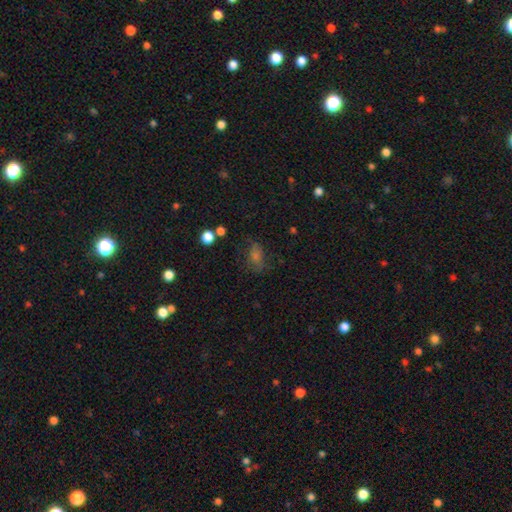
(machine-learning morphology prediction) A smooth galaxy with no disk features (50%) that is in between round and cigar-shaped (69%). Merging: none (63%).